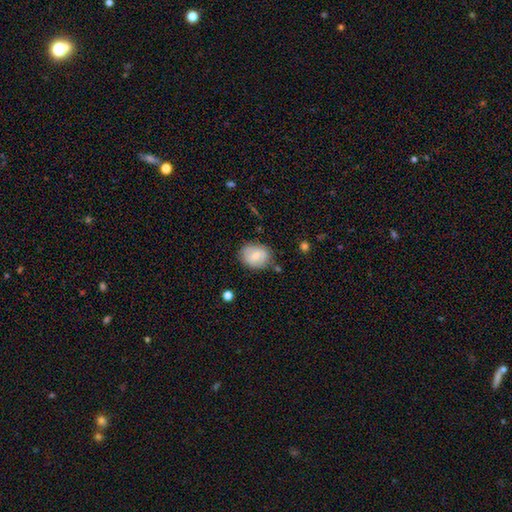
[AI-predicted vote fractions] This appears to be a smooth galaxy with no disk features (67%) that is in between round and cigar-shaped (51%). Merging: none (75%).